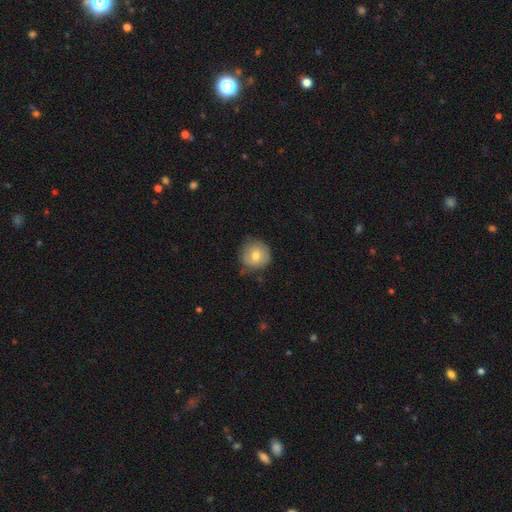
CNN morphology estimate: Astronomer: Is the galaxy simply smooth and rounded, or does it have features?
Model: smooth — 71%.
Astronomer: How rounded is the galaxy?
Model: round — 91%.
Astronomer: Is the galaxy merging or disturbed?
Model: none — 68%.